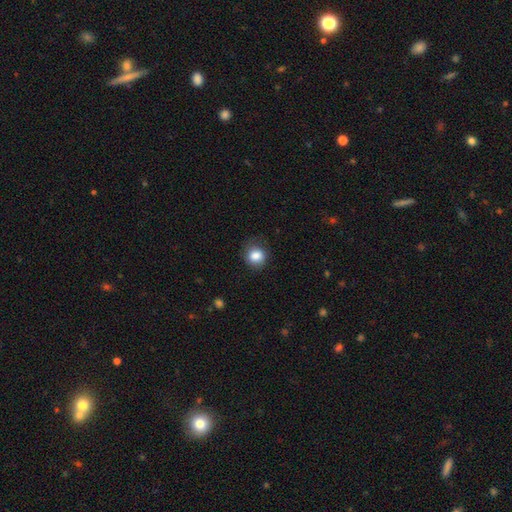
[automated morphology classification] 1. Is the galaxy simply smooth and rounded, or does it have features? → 85% smooth, 9% star or artifact, 6% featured or disk.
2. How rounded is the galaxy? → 79% round, 21% in between, 1% cigar-shaped.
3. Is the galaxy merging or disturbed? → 77% none, 17% minor disturbance, 5% major disturbance, 1% merger.